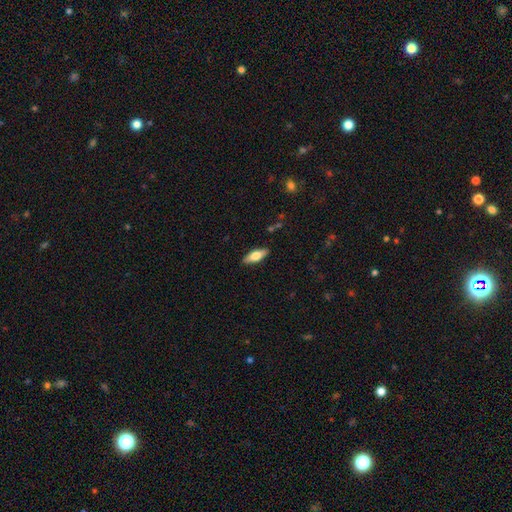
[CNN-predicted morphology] The model was most divided on "smooth or featured": smooth: 60%, featured or disk: 34%, star or artifact: 6%. More confident: merging — none (87%); how rounded — in between (67%).